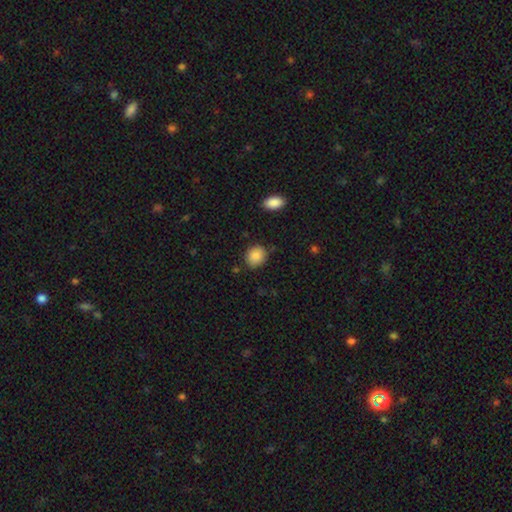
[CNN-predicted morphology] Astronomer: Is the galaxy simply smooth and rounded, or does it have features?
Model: smooth — 87%.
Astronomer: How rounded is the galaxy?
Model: round — 68%.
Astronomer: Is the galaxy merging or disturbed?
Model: none — 83%.